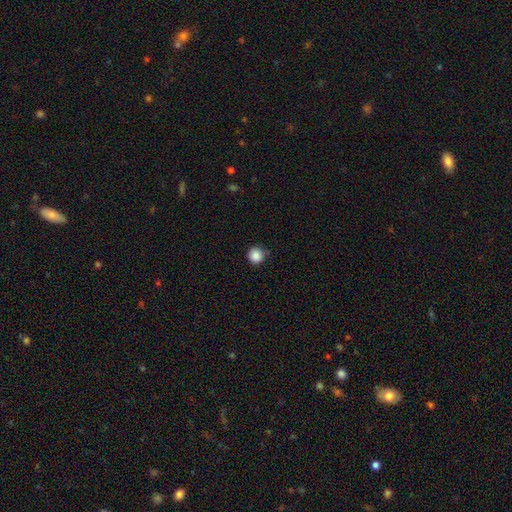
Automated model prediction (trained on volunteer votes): Smooth or featured: smooth — 87% (star or artifact — 10%)
How rounded: round — 95% (in between — 4%)
Merging: none — 82% (minor disturbance — 14%)